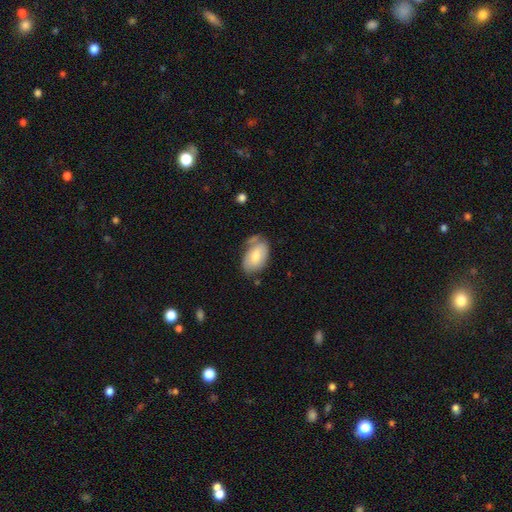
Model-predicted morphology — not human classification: Q: Smooth or featured?
A: smooth (70%); runner-up: featured or disk (24%)
Q: How rounded?
A: in between (92%); runner-up: round (6%)
Q: Merging?
A: none (50%); runner-up: minor disturbance (29%)